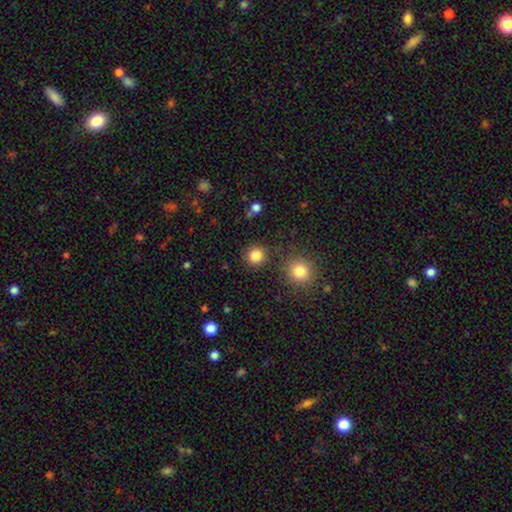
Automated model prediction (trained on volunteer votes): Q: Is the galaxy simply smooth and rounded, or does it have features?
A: smooth — 84%.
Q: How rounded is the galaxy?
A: round — 92%.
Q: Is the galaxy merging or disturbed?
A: none — 86%.